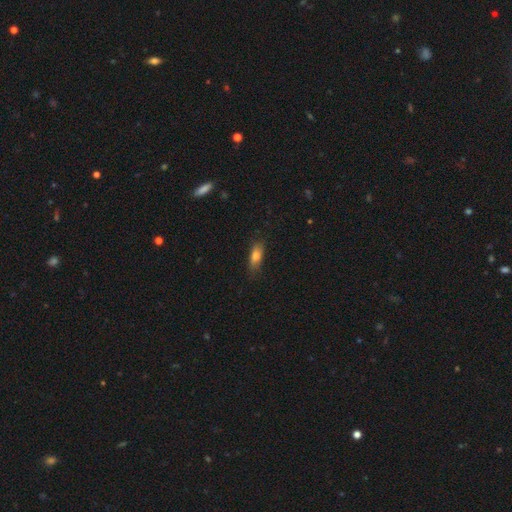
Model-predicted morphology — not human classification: This is likely a smooth galaxy (77%). How rounded: likely in between (69%). Merging: likely none (73%).